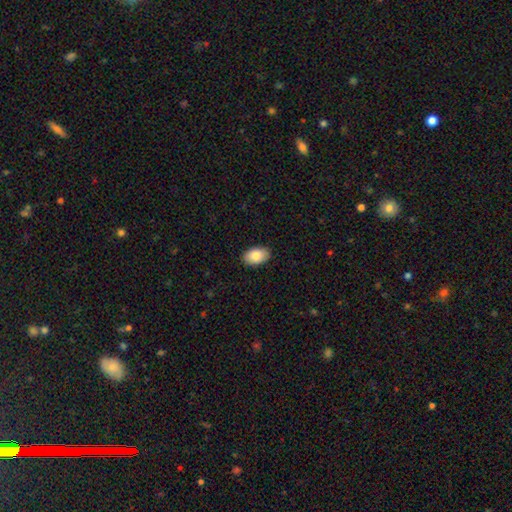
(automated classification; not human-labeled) Morphology: type=smooth (87%); roundness=in between (92%); merging=none (89%).